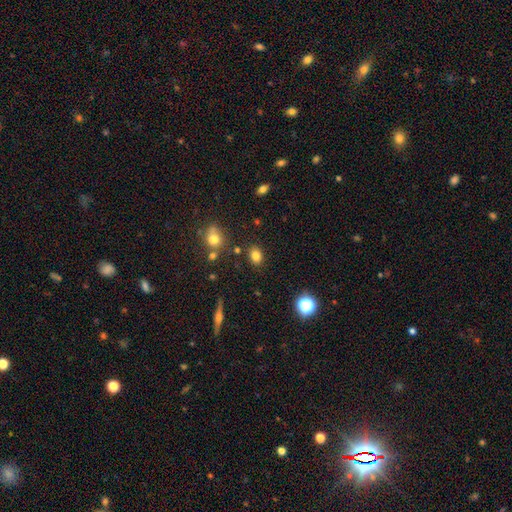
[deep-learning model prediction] smooth 80%, star or artifact 13%, featured or disk 7%. Down the decision tree: how rounded — in between (63%); merging — none (83%).